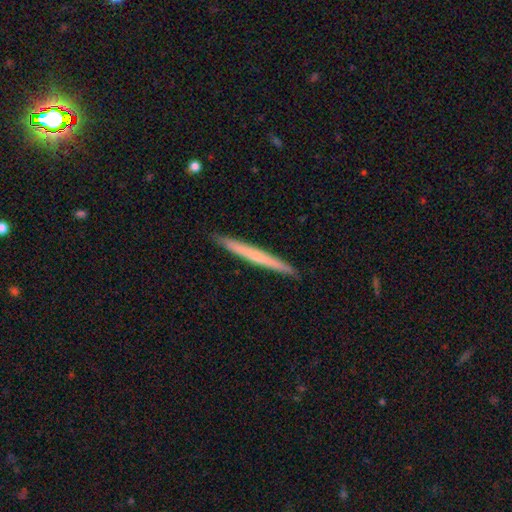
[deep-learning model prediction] Overall: smooth (49%; featured or disk 46%). Merging: none (92%).